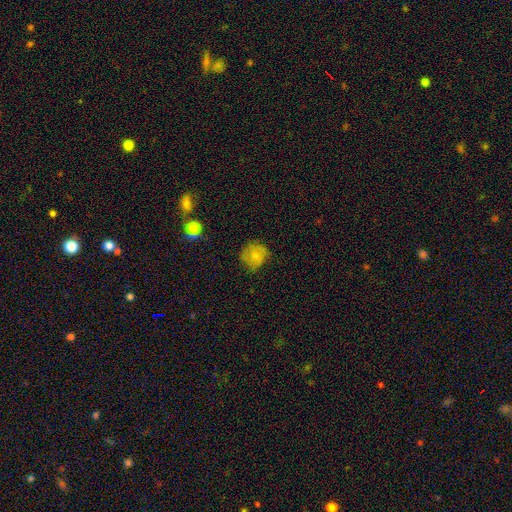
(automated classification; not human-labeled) This appears to be a smooth galaxy with no disk features (74%) that is round (84%). Merging: none (65%).